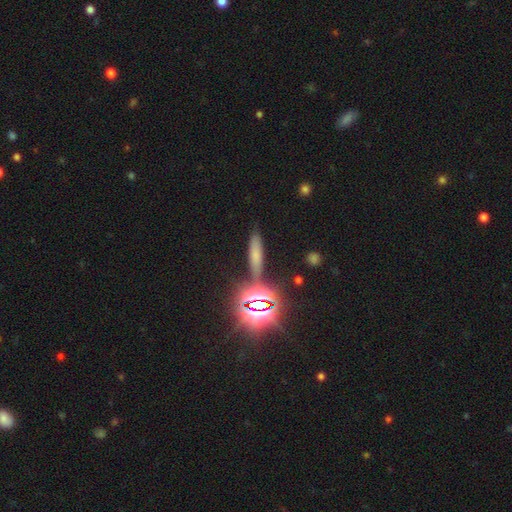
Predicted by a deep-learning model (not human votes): smooth 55%, star or artifact 30%, featured or disk 15%. Down the decision tree: how rounded — cigar-shaped (75%); merging — none (80%).